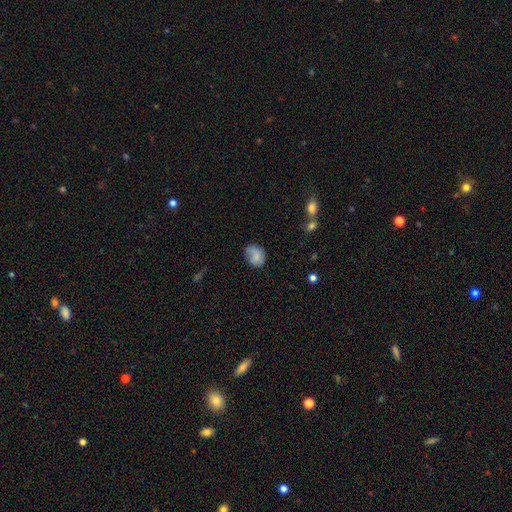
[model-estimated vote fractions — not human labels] A smooth galaxy with no disk features (75%) that is in between round and cigar-shaped (55%).

Vote fractions:
- Smooth or featured? smooth: 75% / featured or disk: 16% / star or artifact: 9%
- How rounded? in between: 55% / round: 44% / cigar-shaped: 1%
- Merging? none: 54% / minor disturbance: 32% / major disturbance: 10% / merger: 4%